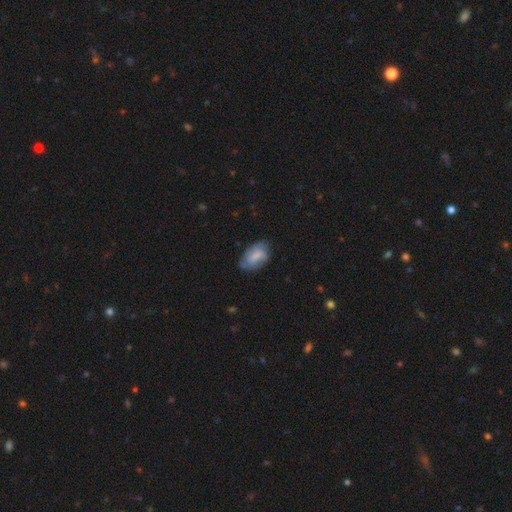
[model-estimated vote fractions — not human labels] smooth_or_featured: smooth (p=0.71) [alt: featured or disk p=0.22]
how_rounded: in between (p=0.93) [alt: round p=0.05]
merging: none (p=0.63) [alt: minor disturbance p=0.28]